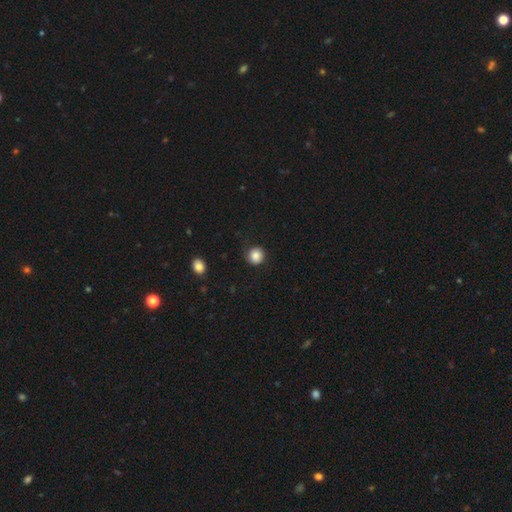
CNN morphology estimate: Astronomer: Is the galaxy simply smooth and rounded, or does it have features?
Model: smooth — 85%.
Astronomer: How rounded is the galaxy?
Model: round — 91%.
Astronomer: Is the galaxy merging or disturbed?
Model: none — 80%.